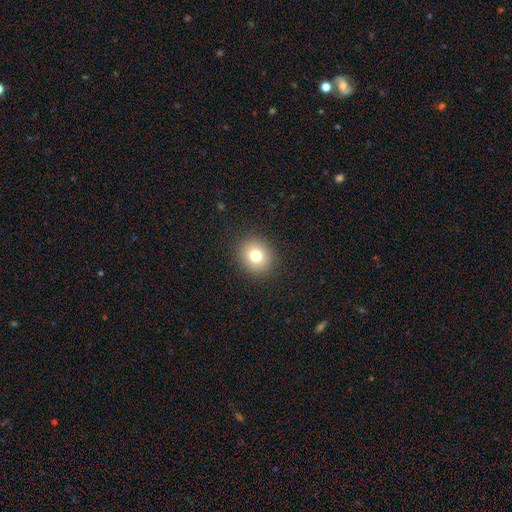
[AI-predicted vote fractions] Morphology: type=smooth (77%); roundness=round (79%); merging=none (91%).